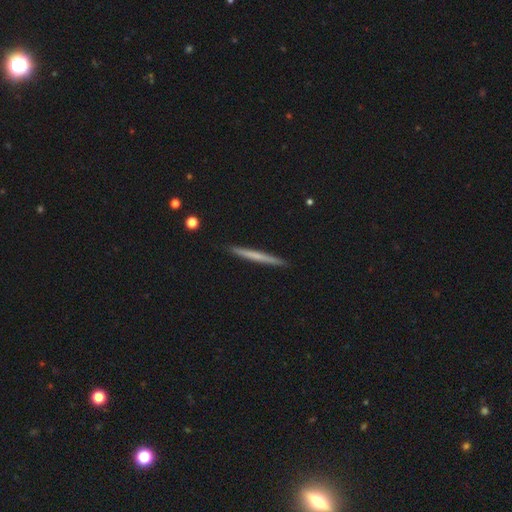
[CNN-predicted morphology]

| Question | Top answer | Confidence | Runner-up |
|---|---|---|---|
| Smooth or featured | smooth | 53% | featured or disk (41%) |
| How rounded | cigar-shaped | 97% | in between (2%) |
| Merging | none | 92% | minor disturbance (6%) |